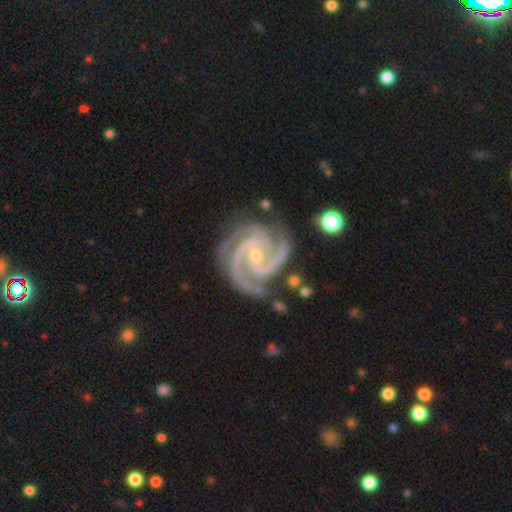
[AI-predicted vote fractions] smooth-or-featured: featured or disk: 95% | star or artifact: 3% | smooth: 2%
  disk-edge-on: no: 98% | yes: 2%
    bar: no: 56% | weak: 28% | strong: 16%
    has-spiral-arms: yes: 99% | no: 1%
      spiral-winding: tight: 65% | medium: 33% | loose: 2%
      spiral-arm-count: 3: 62% | 2: 16% | 4: 11% | can't tell: 4% | more than 4: 4% | 1: 3%
    bulge-size: small: 71% | moderate: 26% | none: 1% | large: 1% | dominant: 1%
  merging: none: 74% | minor disturbance: 18% | major disturbance: 5% | merger: 2%